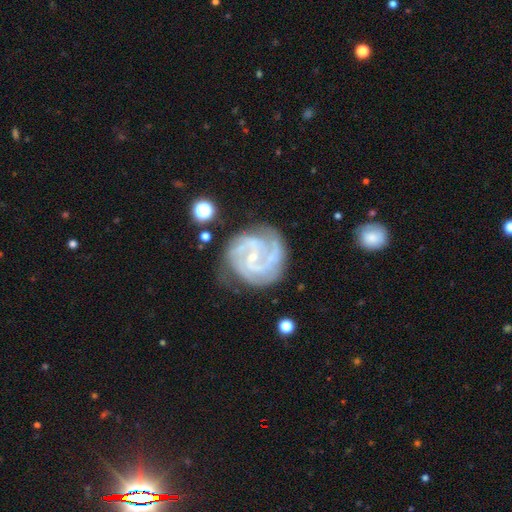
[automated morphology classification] Smooth or featured? featured or disk (89%)
Edge-on disk? no (98%)
Bar? no (47%)
Spiral arms? yes (98%)
Spiral winding? tight (60%)
Spiral arm count? 3 (37%)
Bulge size? small (76%)
Merging? none (70%)